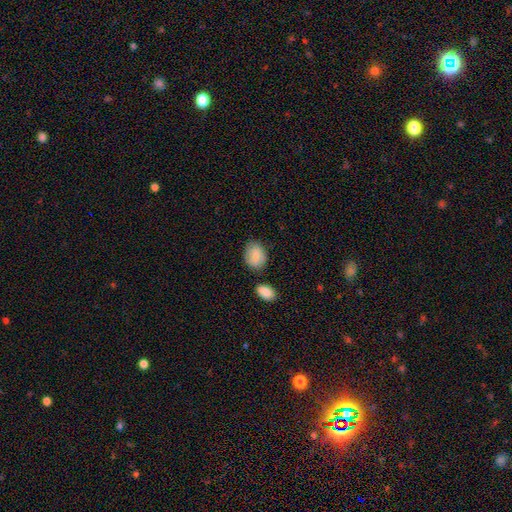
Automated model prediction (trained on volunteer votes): smooth 75%, featured or disk 17%, star or artifact 8%. Down the decision tree: how rounded — in between (70%); merging — none (72%).